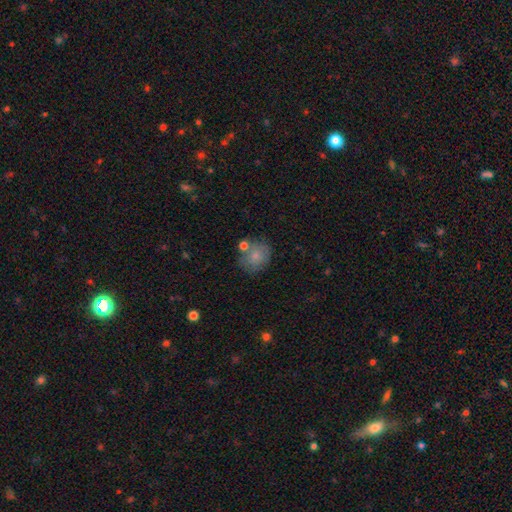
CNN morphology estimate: This is likely a smooth galaxy (78%). How rounded: likely round (69%). Merging: likely none (60%).